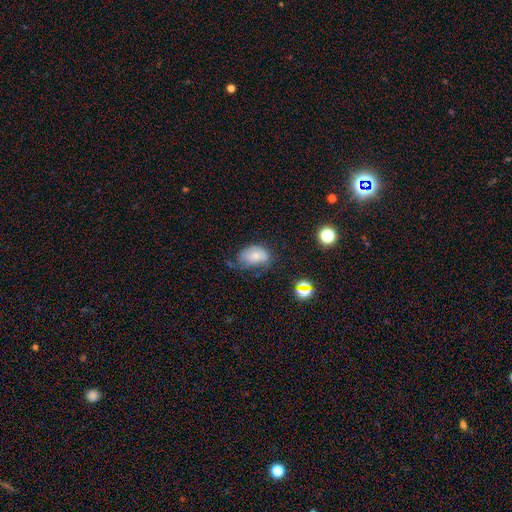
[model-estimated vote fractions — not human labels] A smooth galaxy with no disk features (69%) that is in between round and cigar-shaped (85%).

Vote fractions:
- Smooth or featured? smooth: 69% / featured or disk: 19% / star or artifact: 12%
- How rounded? in between: 85% / round: 14% / cigar-shaped: 1%
- Merging? minor disturbance: 38% / none: 36% / major disturbance: 22% / merger: 4%